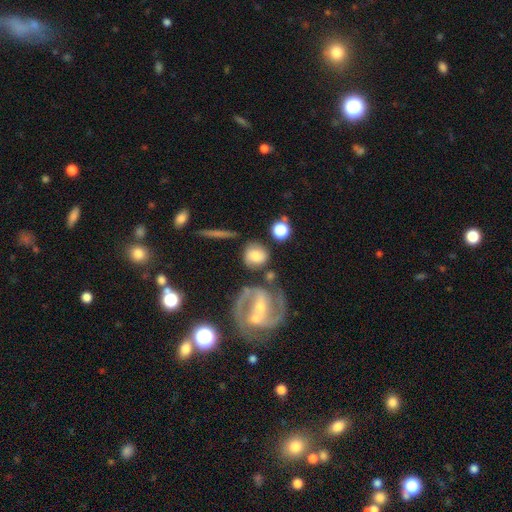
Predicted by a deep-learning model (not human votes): smooth_or_featured: smooth (p=0.67) [alt: featured or disk p=0.25]
how_rounded: round (p=0.78) [alt: in between p=0.20]
merging: none (p=0.66) [alt: minor disturbance p=0.15]